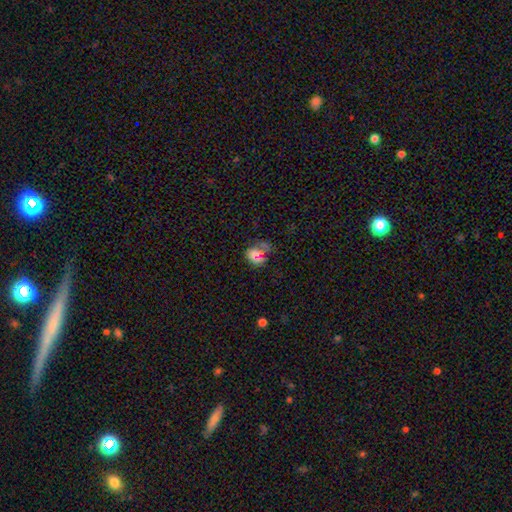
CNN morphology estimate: The model was most divided on "how rounded": round: 65%, in between: 33%, cigar-shaped: 2%. More confident: smooth or featured — smooth (60%); merging — none (57%).